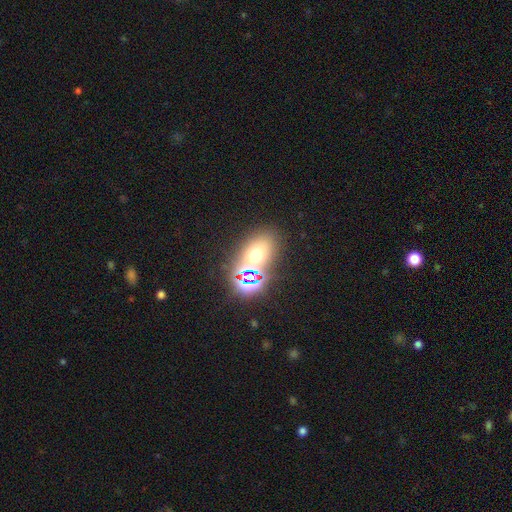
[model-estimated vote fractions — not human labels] Morphology: type=smooth (51%); roundness=in between (62%); merging=none (68%).